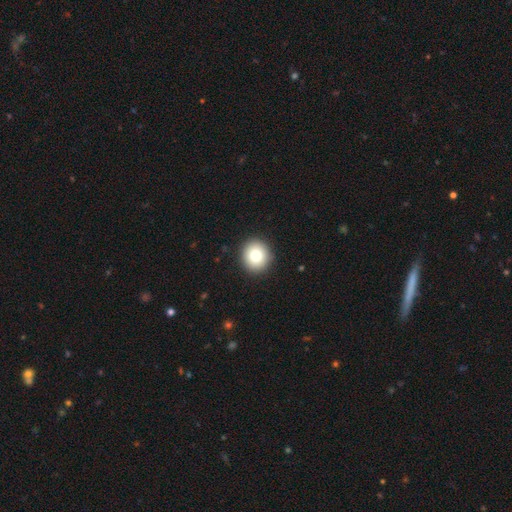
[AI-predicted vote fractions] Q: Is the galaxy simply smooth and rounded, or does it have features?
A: smooth — 78%.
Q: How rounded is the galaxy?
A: round — 90%.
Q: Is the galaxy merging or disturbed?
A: none — 92%.